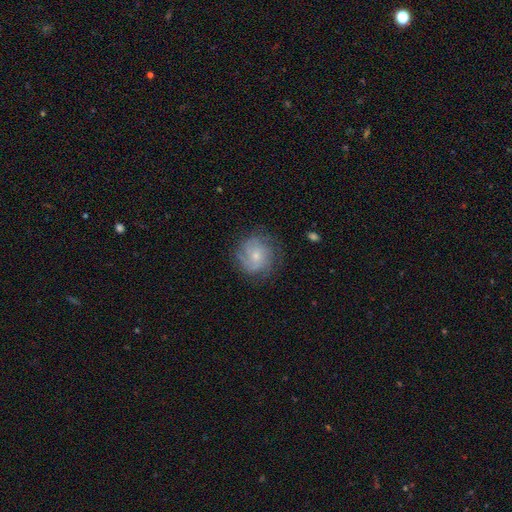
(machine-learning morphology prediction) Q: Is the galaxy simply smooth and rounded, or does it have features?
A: featured or disk — 68%.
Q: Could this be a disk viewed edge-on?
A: no — 98%.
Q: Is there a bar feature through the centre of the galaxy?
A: no — 76%.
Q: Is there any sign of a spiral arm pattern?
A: yes — 91%.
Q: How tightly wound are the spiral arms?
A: tight — 53%.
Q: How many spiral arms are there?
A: can't tell — 35%.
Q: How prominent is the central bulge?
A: small — 65%.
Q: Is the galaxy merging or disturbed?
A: none — 73%.